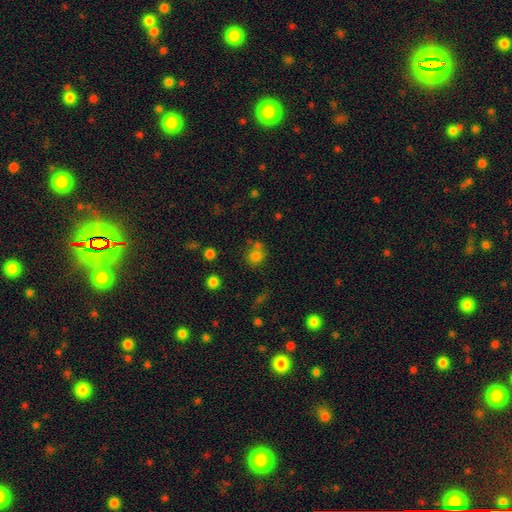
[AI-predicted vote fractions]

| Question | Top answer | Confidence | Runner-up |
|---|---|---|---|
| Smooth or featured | smooth | 76% | star or artifact (16%) |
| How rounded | round | 81% | in between (18%) |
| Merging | none | 57% | merger (26%) |